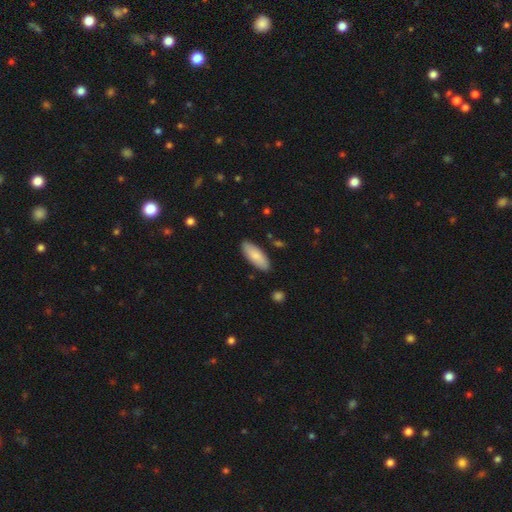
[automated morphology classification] A smooth galaxy with no disk features (84%) that is in between round and cigar-shaped (73%). Merging: none (88%).